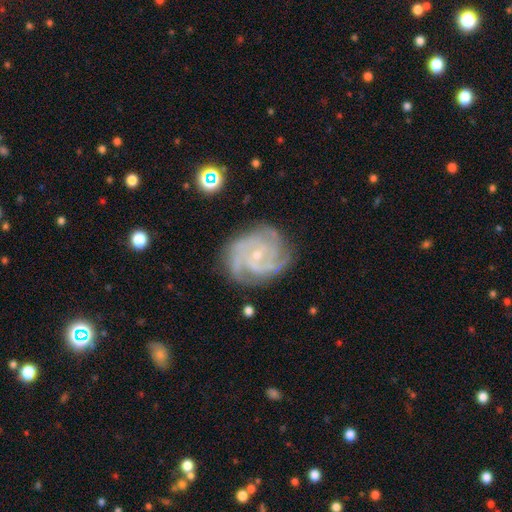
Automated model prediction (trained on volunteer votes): The model was most divided on "spiral arm count": 3: 39%, 4: 19%, can't tell: 15%, 2: 15%, more than 4: 6%, 1: 6%. More confident: edge-on disk — no (98%); spiral arms — yes (98%); smooth or featured — featured or disk (88%); bulge size — small (78%); merging — none (75%); bar — no (66%); spiral winding — tight (60%).